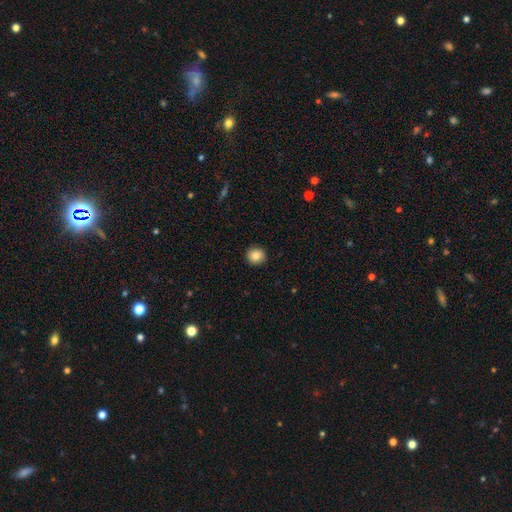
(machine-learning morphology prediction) The model was most divided on "smooth or featured": smooth: 85%, star or artifact: 9%, featured or disk: 6%. More confident: merging — none (92%); how rounded — round (92%).